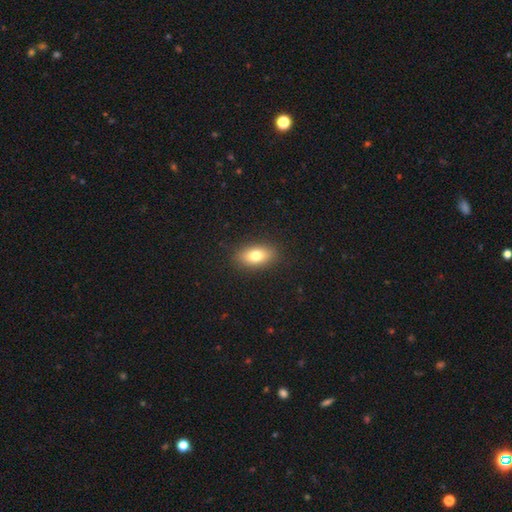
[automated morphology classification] Smooth or featured: smooth — 77% (featured or disk — 15%)
How rounded: in between — 87% (round — 8%)
Merging: none — 88% (minor disturbance — 8%)